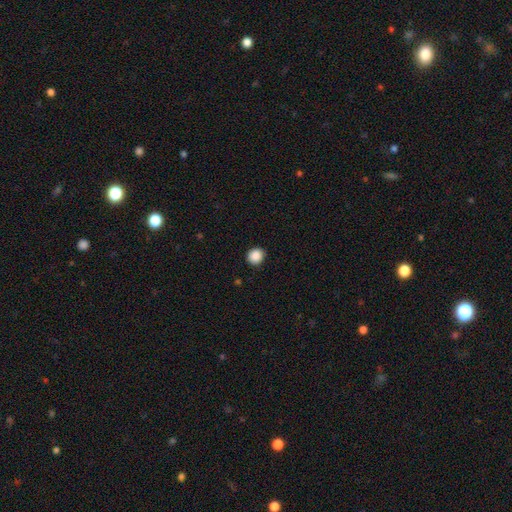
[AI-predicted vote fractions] Overall: smooth (88%). How rounded: round (88%). Merging: none (92%).